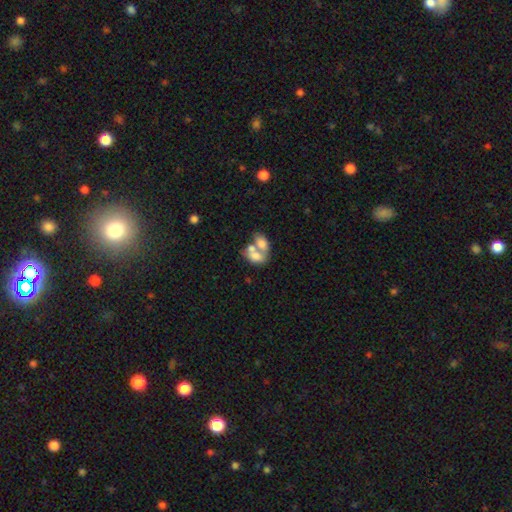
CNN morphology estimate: type=smooth (64%); roundness=in between (83%); merging=merger (70%).